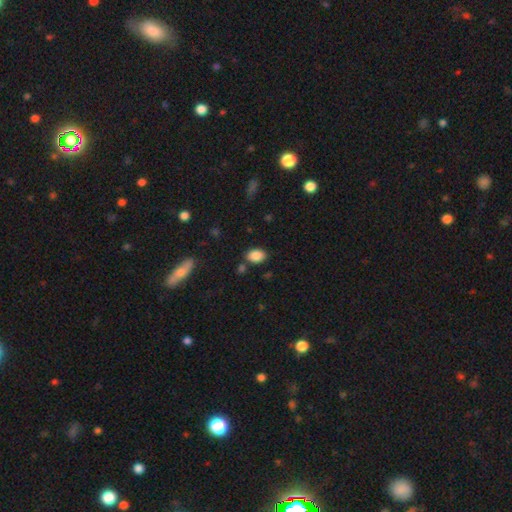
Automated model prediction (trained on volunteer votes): Morphology: type=smooth (87%); roundness=in between (76%); merging=none (79%).